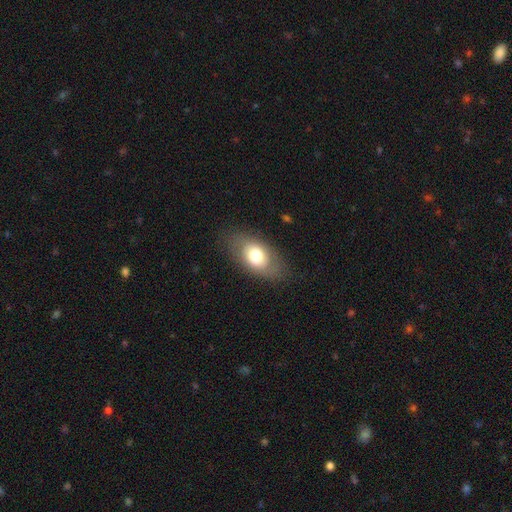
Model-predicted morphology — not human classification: smooth 68%, featured or disk 24%, star or artifact 7%. Down the decision tree: how rounded — in between (89%); merging — none (78%).